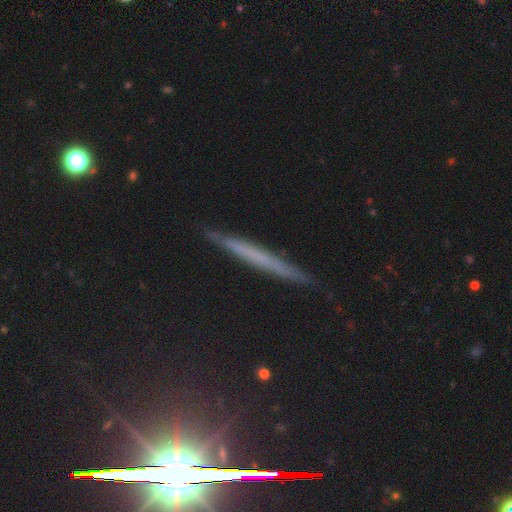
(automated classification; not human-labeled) Smooth or featured: featured or disk — 47% (smooth — 38%)
Merging: none — 88% (minor disturbance — 9%)